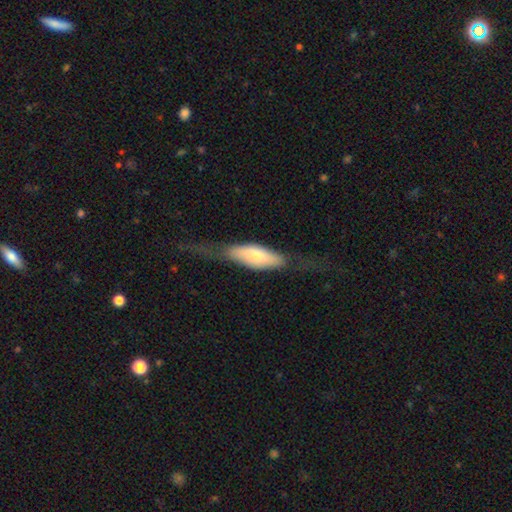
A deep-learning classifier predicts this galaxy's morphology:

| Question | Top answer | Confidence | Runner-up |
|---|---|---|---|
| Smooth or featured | smooth | 57% | featured or disk (38%) |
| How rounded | in between | 63% | cigar-shaped (34%) |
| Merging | none | 37% | major disturbance (35%) |